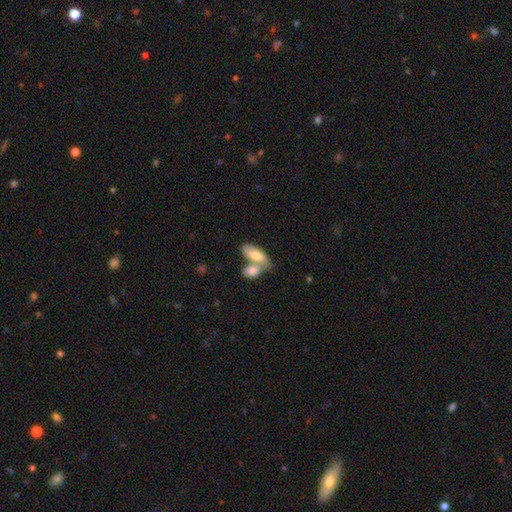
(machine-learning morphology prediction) This appears to be a smooth galaxy with no disk features (73%) that is in between round and cigar-shaped (84%). Merging: merger (62%).